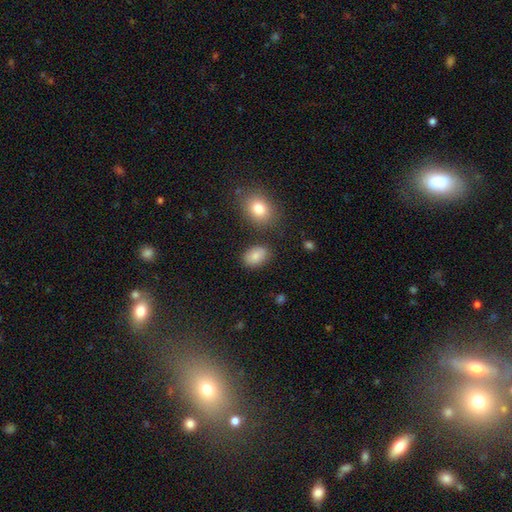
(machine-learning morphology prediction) type=smooth (84%); roundness=in between (82%); merging=none (81%).